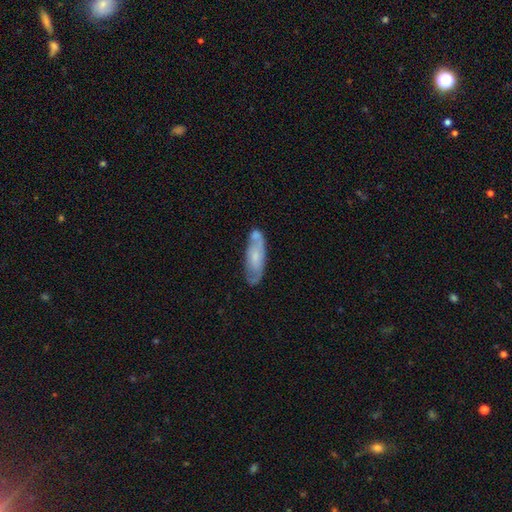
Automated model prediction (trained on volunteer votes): smooth-or-featured: featured or disk: 49% | smooth: 45% | star or artifact: 6%
  merging: none: 56% | minor disturbance: 21% | merger: 16% | major disturbance: 6%